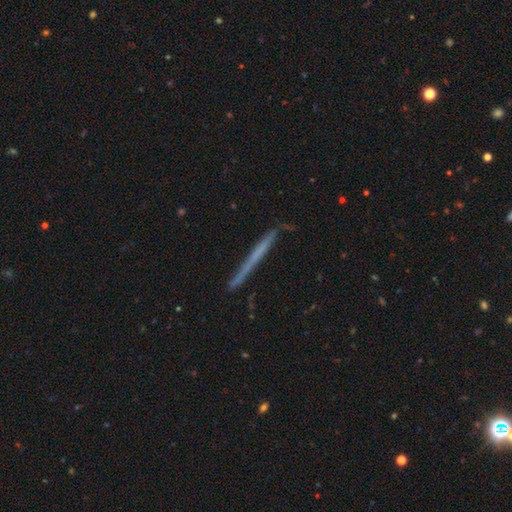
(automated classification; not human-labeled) Overall: featured or disk (53%; smooth 40%). Edge-on disk: yes (96%). Edge-on bulge: none (91%). Merging: none (86%).